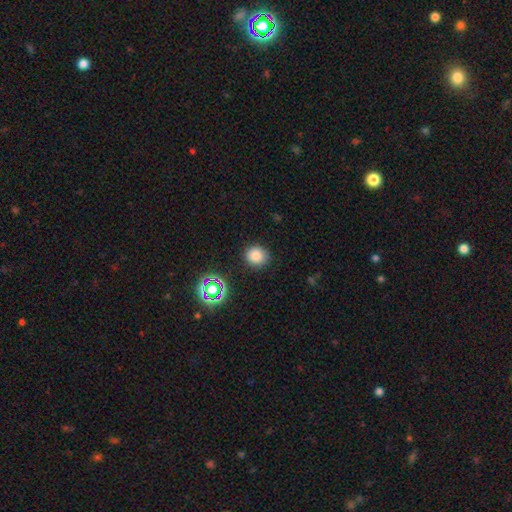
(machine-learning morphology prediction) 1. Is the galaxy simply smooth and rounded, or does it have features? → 80% smooth, 16% star or artifact, 5% featured or disk.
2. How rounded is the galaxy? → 83% round, 16% in between, 1% cigar-shaped.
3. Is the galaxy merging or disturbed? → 87% none, 9% minor disturbance, 3% major disturbance, 2% merger.